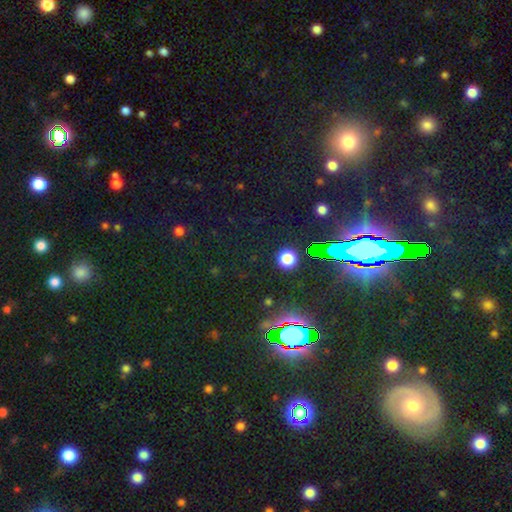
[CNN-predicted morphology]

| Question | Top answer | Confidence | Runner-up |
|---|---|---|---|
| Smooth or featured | star or artifact | 77% | featured or disk (12%) |